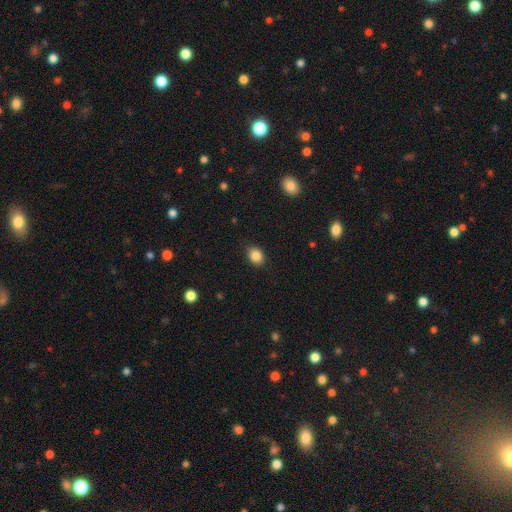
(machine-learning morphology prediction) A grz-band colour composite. It shows a smooth galaxy with no disk features (85%) that is in between round and cigar-shaped (50%). Merging: none (85%).